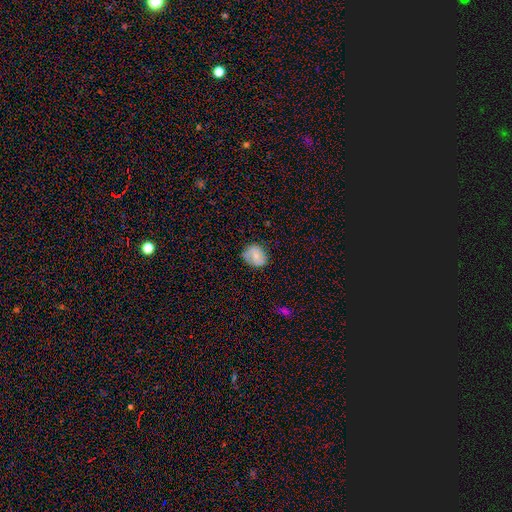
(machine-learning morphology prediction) The model was most divided on "how rounded": round: 61%, in between: 38%, cigar-shaped: 1%. More confident: merging — none (69%); smooth or featured — smooth (63%).